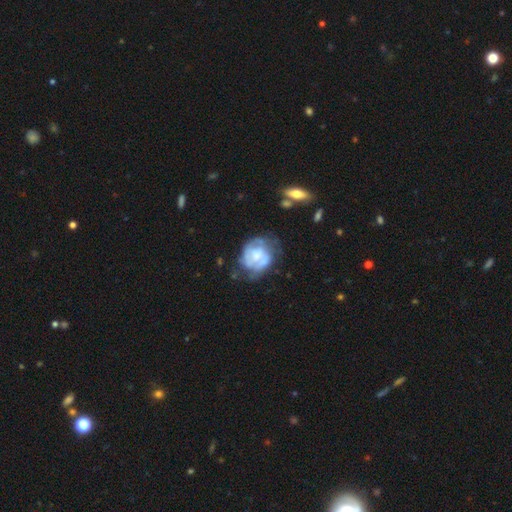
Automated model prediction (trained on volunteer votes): Smooth or featured? Predicted: featured or disk (p=0.64). Edge-on disk? Predicted: no (p=0.98). Bar? Predicted: no (p=0.73). Spiral arms? Predicted: yes (p=0.64). Bulge size? Predicted: small (p=0.29, tied with none). Merging? Predicted: none (p=0.45).